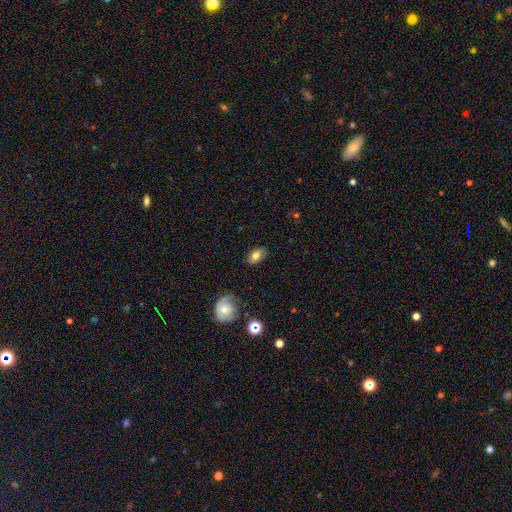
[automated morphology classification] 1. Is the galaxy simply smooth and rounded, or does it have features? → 77% smooth, 14% featured or disk, 9% star or artifact.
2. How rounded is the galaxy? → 88% in between, 11% round, 2% cigar-shaped.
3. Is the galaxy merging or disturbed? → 82% none, 13% minor disturbance, 3% major disturbance, 1% merger.